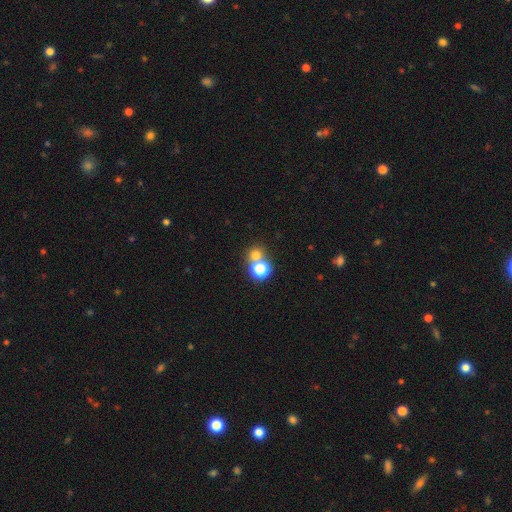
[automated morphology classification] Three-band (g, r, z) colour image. It shows a smooth galaxy with no disk features (71%) that is round (84%). Merging: none (49%).